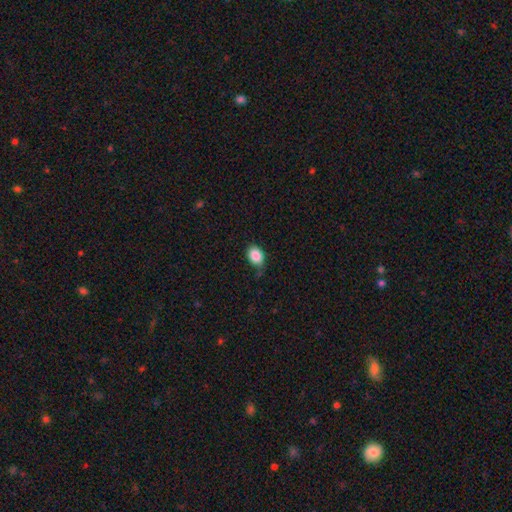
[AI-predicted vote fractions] Overall: smooth (88%). How rounded: in between (77%). Merging: none (68%).